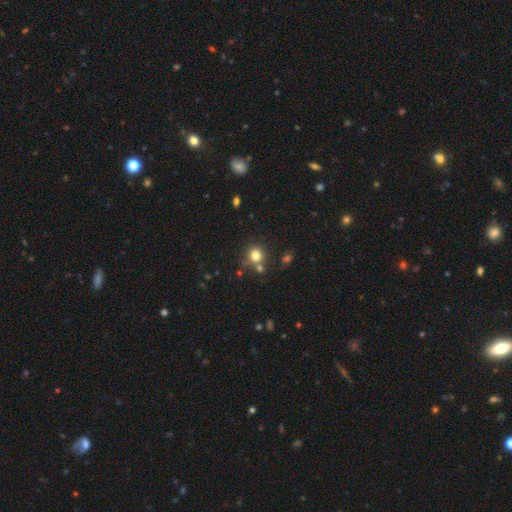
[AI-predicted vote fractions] This appears to be a smooth galaxy with no disk features (78%) that is round (87%). Merging: none (68%).